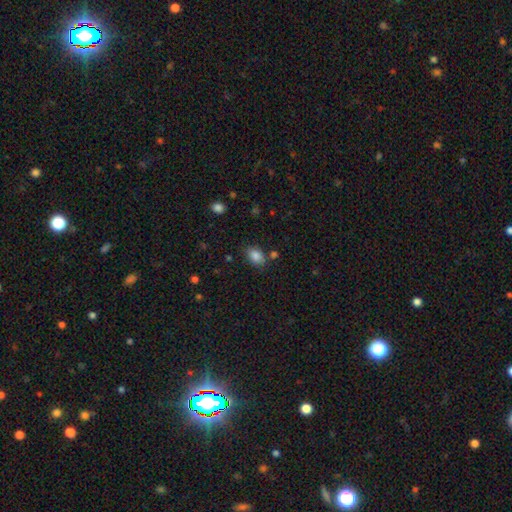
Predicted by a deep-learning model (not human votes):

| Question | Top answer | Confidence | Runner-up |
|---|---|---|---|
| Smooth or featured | smooth | 85% | star or artifact (10%) |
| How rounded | in between | 76% | round (22%) |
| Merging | none | 74% | minor disturbance (15%) |